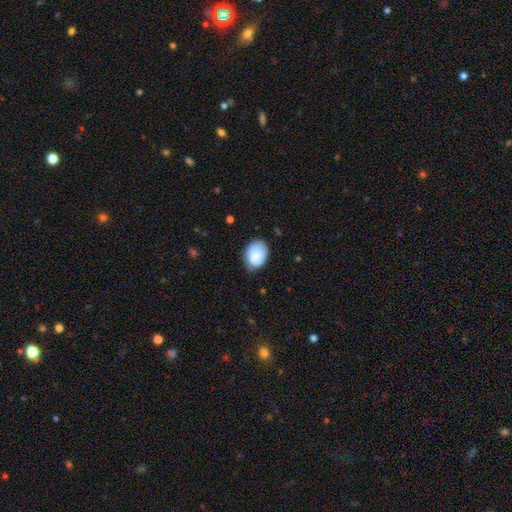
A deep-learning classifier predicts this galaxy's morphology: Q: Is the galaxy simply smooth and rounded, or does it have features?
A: smooth — 84%.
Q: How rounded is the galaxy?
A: in between — 75%.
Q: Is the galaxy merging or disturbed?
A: none — 65%.